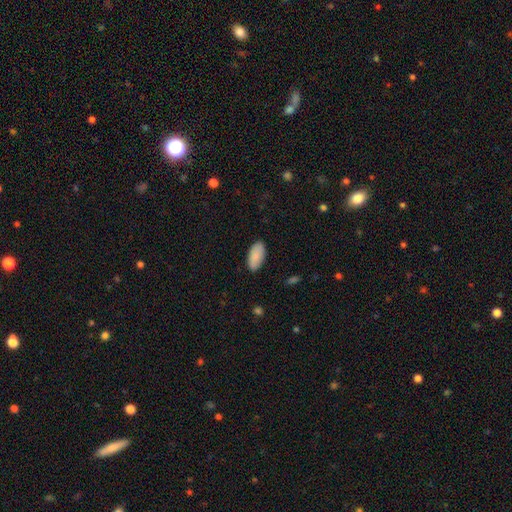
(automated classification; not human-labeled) Smooth or featured?
  - smooth: 88% *
  - featured or disk: 6%
  - star or artifact: 6%
How rounded?
  - in between: 94% *
  - cigar-shaped: 4%
  - round: 2%
Merging?
  - none: 87% *
  - minor disturbance: 10%
  - major disturbance: 2%
  - merger: 1%